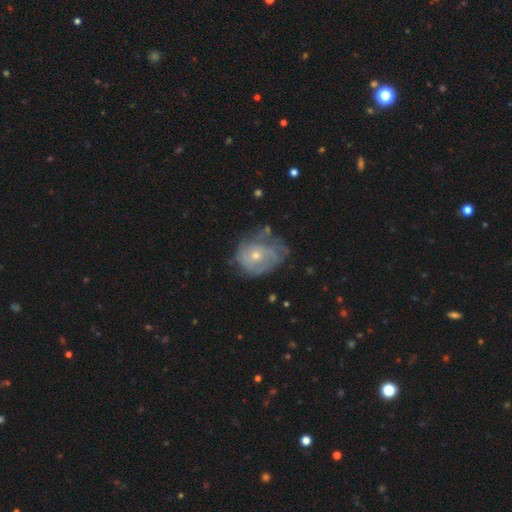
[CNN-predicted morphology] This appears to be a featured or disk galaxy (68%) with no bar (80%), tight (58%) spiral arms (76%) and a small central bulge (51%). Merging: none (54%).